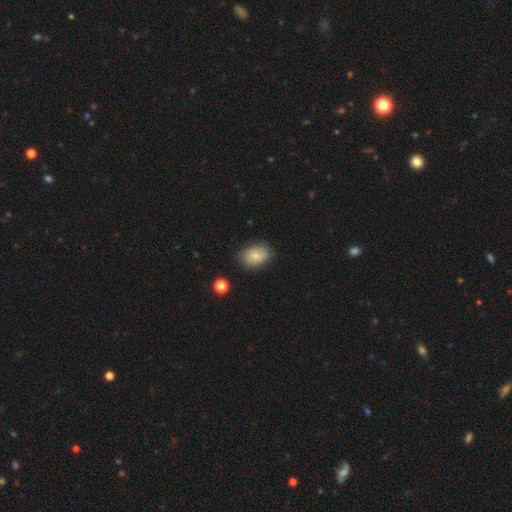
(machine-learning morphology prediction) Smooth or featured?
  - smooth: 80% *
  - featured or disk: 12%
  - star or artifact: 8%
How rounded?
  - in between: 80% *
  - round: 19%
  - cigar-shaped: 1%
Merging?
  - none: 78% *
  - minor disturbance: 16%
  - major disturbance: 4%
  - merger: 2%